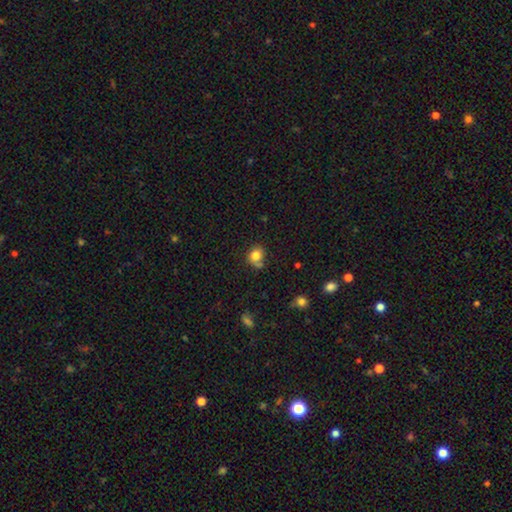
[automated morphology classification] Smooth or featured? smooth (81%)
How rounded? round (67%)
Merging? none (60%)